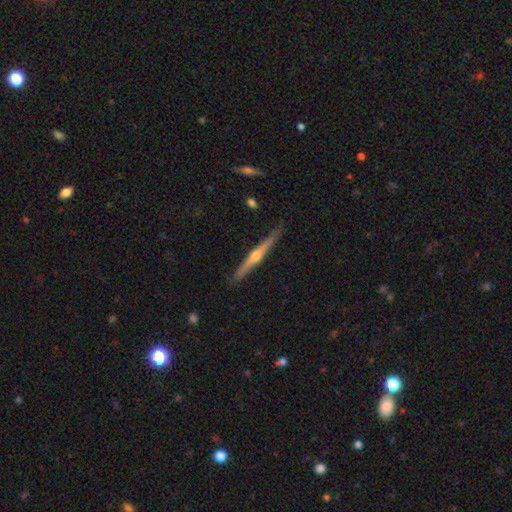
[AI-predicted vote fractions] smooth-or-featured: featured or disk: 74% | smooth: 20% | star or artifact: 5%
  disk-edge-on: yes: 98% | no: 2%
    edge-on-bulge: rounded: 91% | none: 7% | boxy: 2%
  merging: none: 85% | minor disturbance: 11% | major disturbance: 2% | merger: 2%